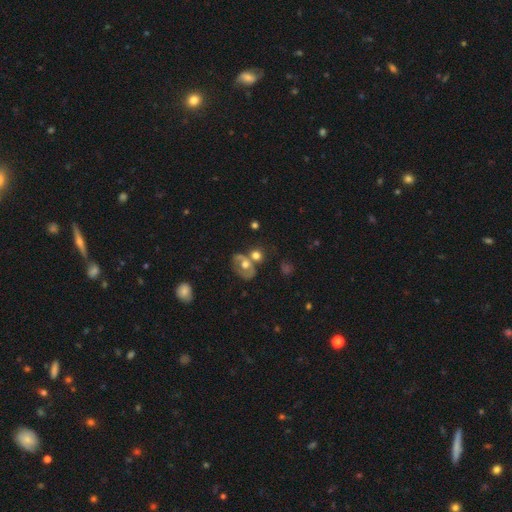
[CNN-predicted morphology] A smooth galaxy with no disk features (55%) that is round (58%). Merging: none (45%).